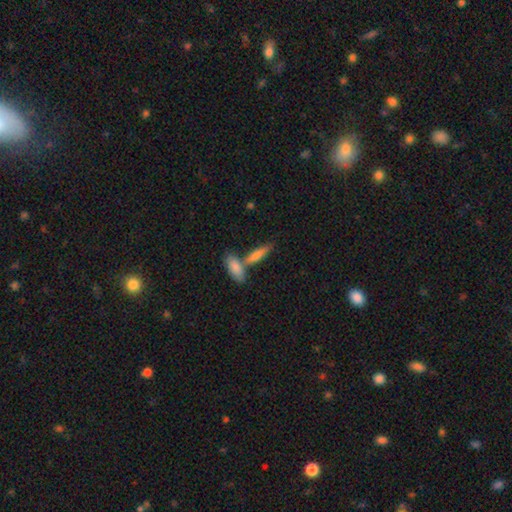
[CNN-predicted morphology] smooth-or-featured: smooth: 73% | featured or disk: 19% | star or artifact: 8%
  how-rounded: cigar-shaped: 55% | in between: 41% | round: 3%
  merging: none: 49% | merger: 39% | minor disturbance: 9% | major disturbance: 3%